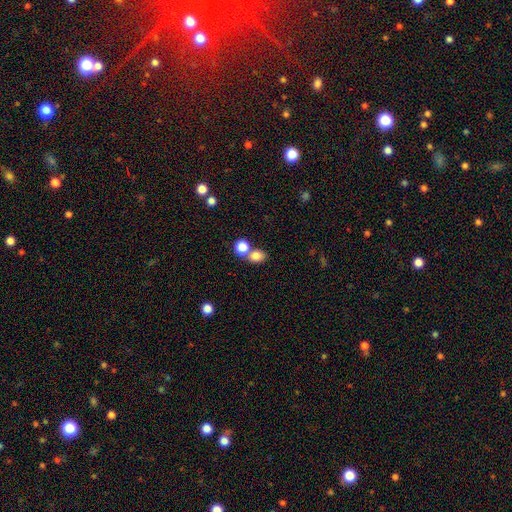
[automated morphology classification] Overall: smooth (82%). How rounded: round (50%; in between 49%). Merging: none (50%; merger 38%).